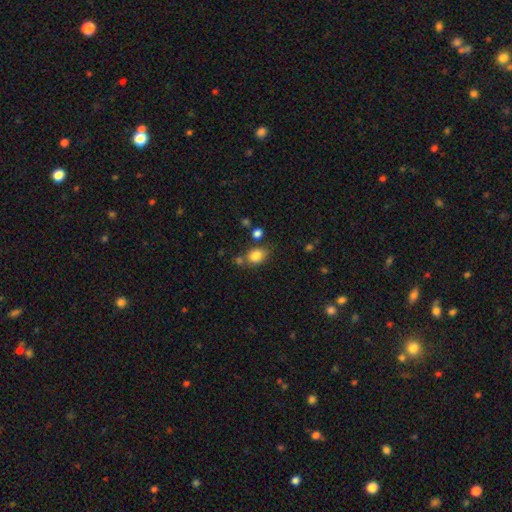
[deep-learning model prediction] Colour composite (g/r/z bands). It shows a smooth galaxy with no disk features (82%) that is in between round and cigar-shaped (56%). Merging: none (67%).